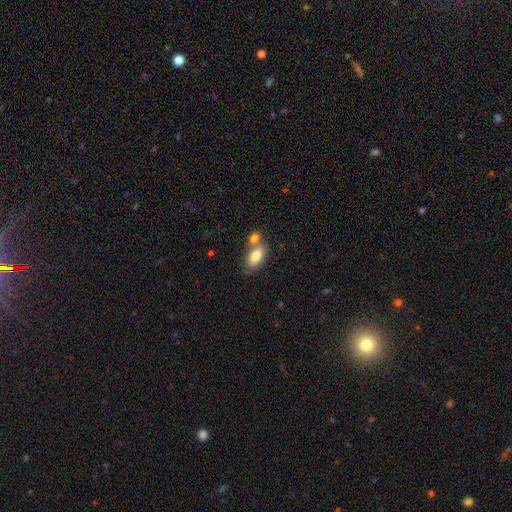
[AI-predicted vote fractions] Q: Smooth or featured?
A: smooth (80%); runner-up: featured or disk (13%)
Q: How rounded?
A: in between (90%); runner-up: cigar-shaped (5%)
Q: Merging?
A: none (45%); runner-up: merger (39%)